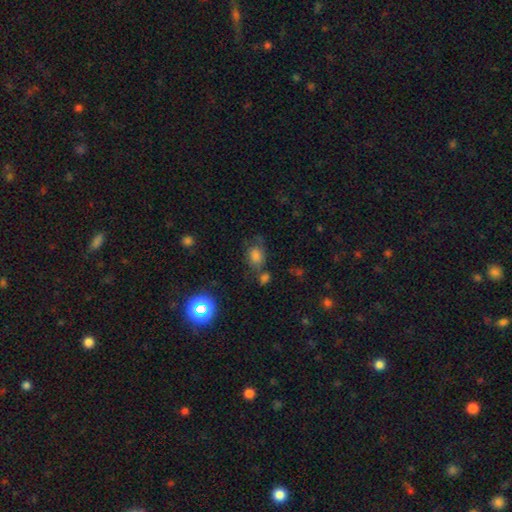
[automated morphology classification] smooth-or-featured: smooth: 73% | star or artifact: 18% | featured or disk: 10%
  how-rounded: in between: 62% | round: 37% | cigar-shaped: 1%
  merging: none: 53% | minor disturbance: 21% | merger: 16% | major disturbance: 10%